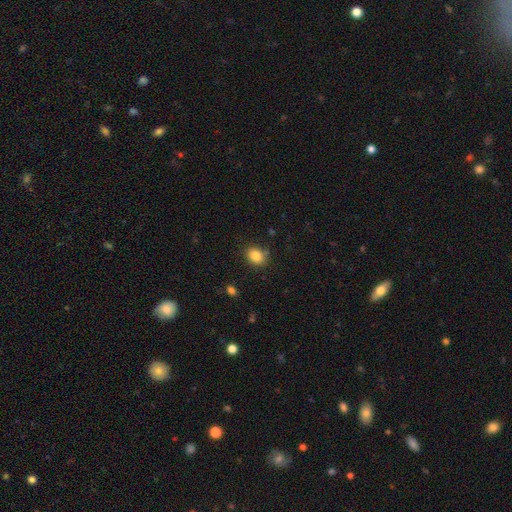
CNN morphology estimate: Smooth or featured: smooth — 85% (star or artifact — 10%)
How rounded: in between — 51% (round — 48%)
Merging: none — 82% (minor disturbance — 11%)